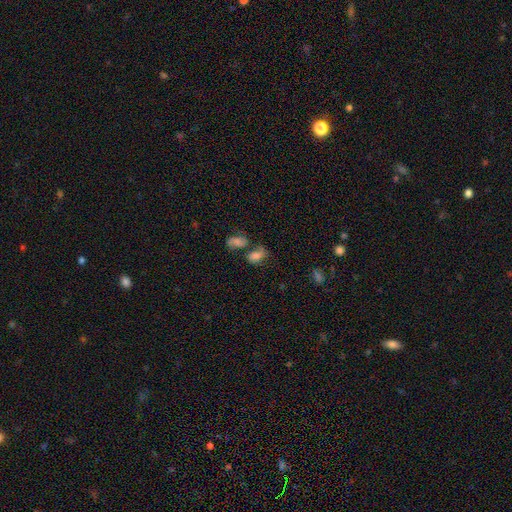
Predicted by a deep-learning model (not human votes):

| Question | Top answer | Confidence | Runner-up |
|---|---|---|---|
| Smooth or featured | smooth | 64% | featured or disk (22%) |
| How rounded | in between | 80% | round (18%) |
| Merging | none | 37% | merger (31%) |